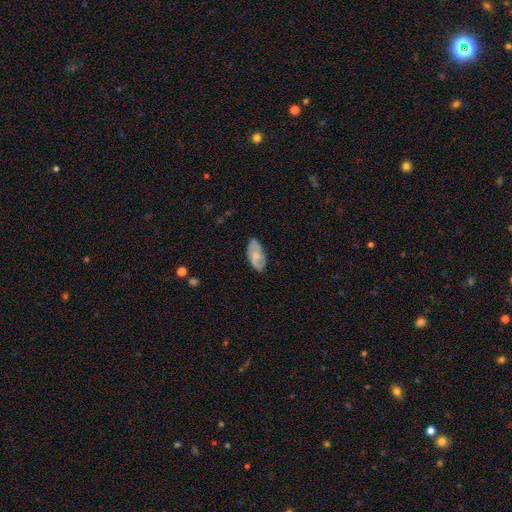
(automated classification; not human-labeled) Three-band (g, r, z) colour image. It shows a smooth galaxy with no disk features (57%) that is in between round and cigar-shaped (93%). Merging: none (76%).